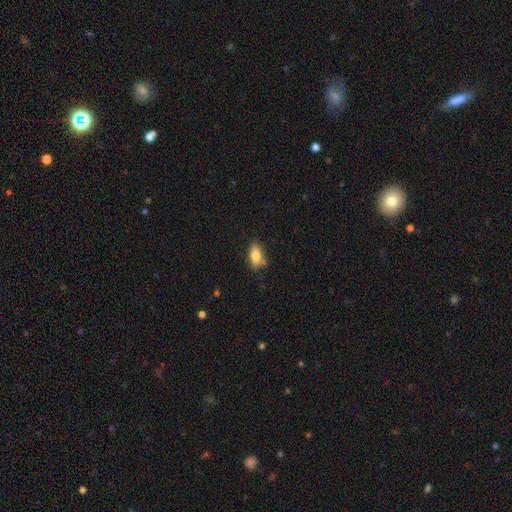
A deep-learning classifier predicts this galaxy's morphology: A smooth galaxy with no disk features (79%) that is in between round and cigar-shaped (85%).

Vote fractions:
- Smooth or featured? smooth: 79% / featured or disk: 14% / star or artifact: 7%
- How rounded? in between: 85% / cigar-shaped: 11% / round: 4%
- Merging? none: 72% / minor disturbance: 17% / merger: 7% / major disturbance: 3%